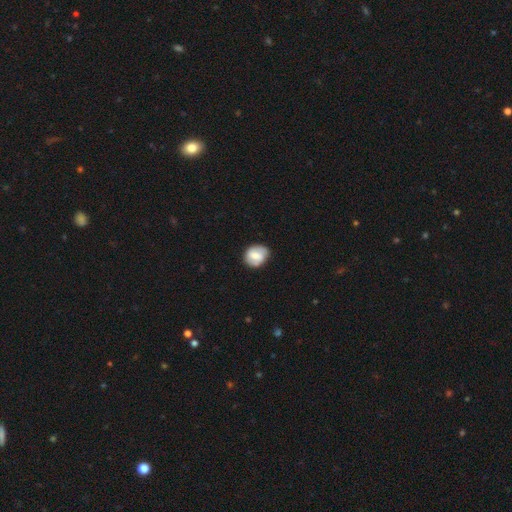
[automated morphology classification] A smooth galaxy with no disk features (57%) that is round (65%). Merging: none (76%).